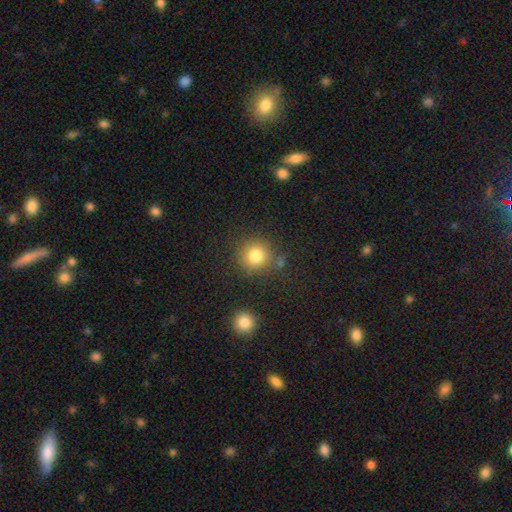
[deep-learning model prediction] This is clearly a smooth galaxy (81%). How rounded: clearly round (92%). Merging: clearly none (81%).